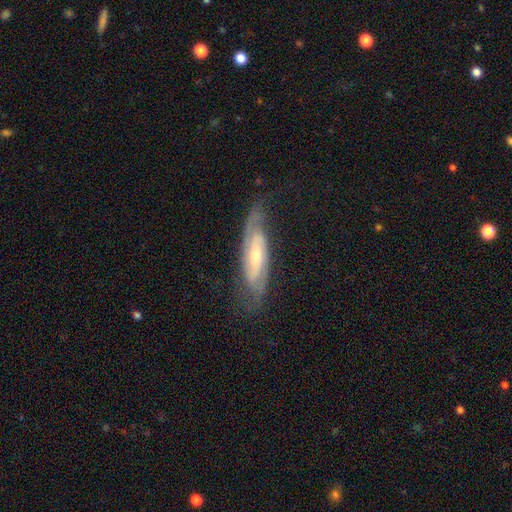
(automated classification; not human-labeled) Smooth or featured? Predicted: featured or disk (p=0.77). Edge-on disk? Predicted: no (p=0.77). Bar? Predicted: no (p=0.41). Spiral arms? Predicted: yes (p=0.93). Spiral winding? Predicted: medium (p=0.42). Spiral arm count? Predicted: 2 (p=0.75). Bulge size? Predicted: small (p=0.54). Merging? Predicted: none (p=0.72).